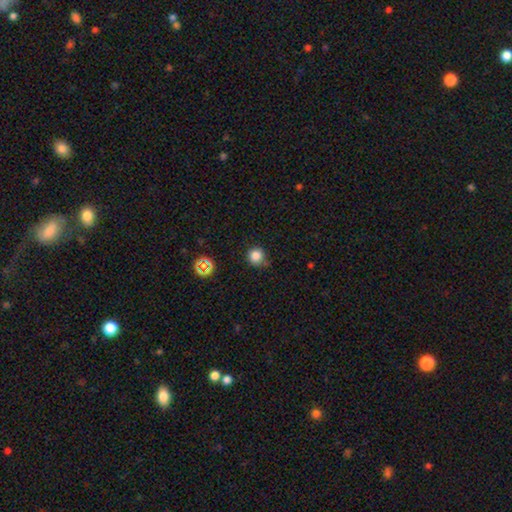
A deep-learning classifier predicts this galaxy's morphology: smooth-or-featured: smooth: 82% | star or artifact: 14% | featured or disk: 4%
  how-rounded: round: 93% | in between: 6% | cigar-shaped: 1%
  merging: none: 71% | minor disturbance: 21% | major disturbance: 5% | merger: 3%